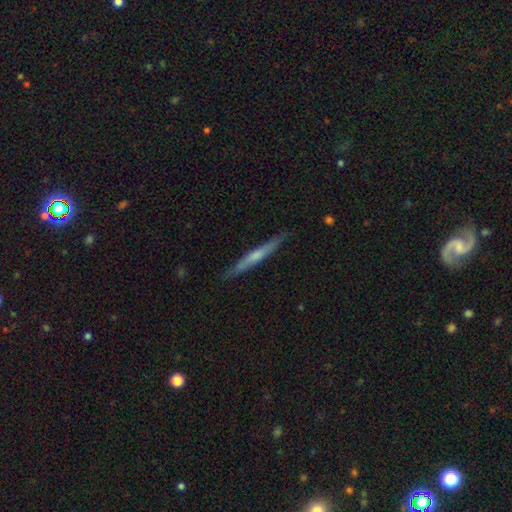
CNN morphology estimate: Smooth or featured? featured or disk (51%)
Edge-on disk? yes (95%)
Merging? none (87%)